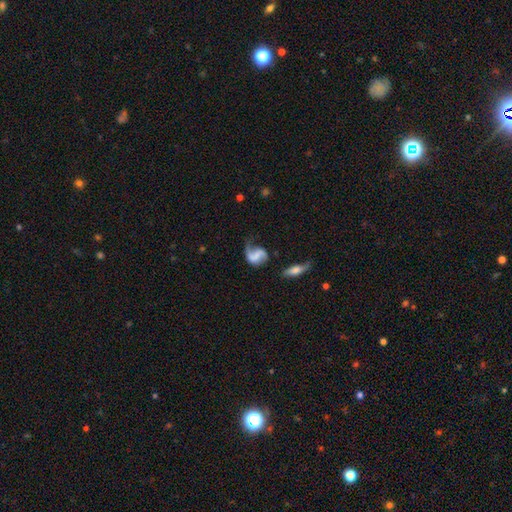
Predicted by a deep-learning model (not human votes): A featured or disk galaxy (66%) with no bar (43%), 2 (63%) loose (66%) spiral arms (88%) and no central bulge (61%).

Vote fractions:
- Smooth or featured? featured or disk: 66% / smooth: 26% / star or artifact: 8%
- Edge-on disk? no: 96% / yes: 4%
- Bar? no: 43% / weak: 35% / strong: 23%
- Spiral arms? yes: 88% / no: 12%
- Spiral winding? loose: 66% / medium: 25% / tight: 9%
- Spiral arm count? 2: 63% / 1: 31% / can't tell: 4% / 3: 1% / 4: 1% / more than 4: 1%
- Bulge size? none: 61% / small: 19% / moderate: 11% / large: 6% / dominant: 3%
- Merging? none: 43% / major disturbance: 27% / minor disturbance: 24% / merger: 7%